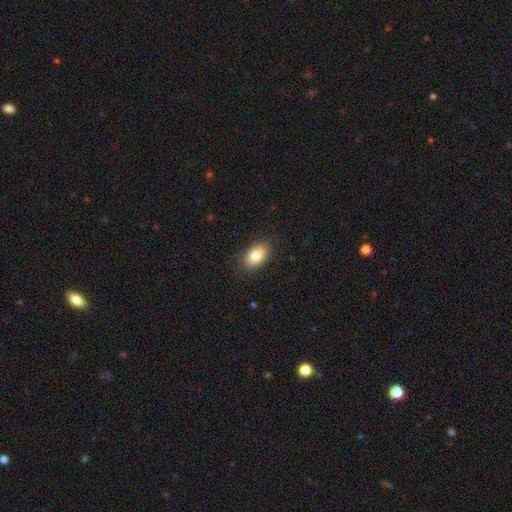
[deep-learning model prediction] smooth-or-featured: smooth: 82% | featured or disk: 10% | star or artifact: 8%
  how-rounded: in between: 90% | round: 8% | cigar-shaped: 2%
  merging: none: 85% | minor disturbance: 11% | major disturbance: 3% | merger: 1%